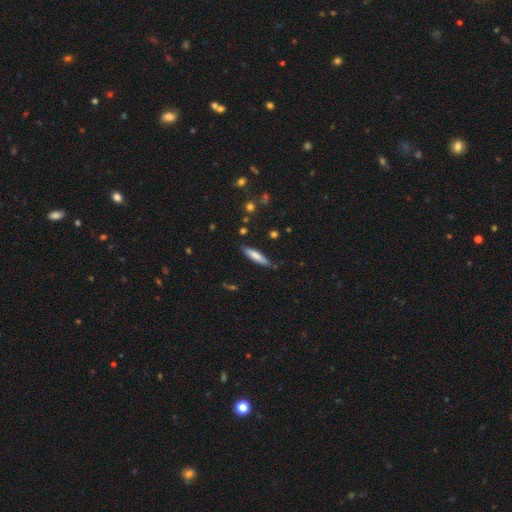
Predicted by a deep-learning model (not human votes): A smooth galaxy with no disk features (70%) that is cigar-shaped (78%).

Vote fractions:
- Smooth or featured? smooth: 70% / featured or disk: 24% / star or artifact: 6%
- How rounded? cigar-shaped: 78% / in between: 21% / round: 1%
- Merging? none: 81% / minor disturbance: 14% / major disturbance: 2% / merger: 2%